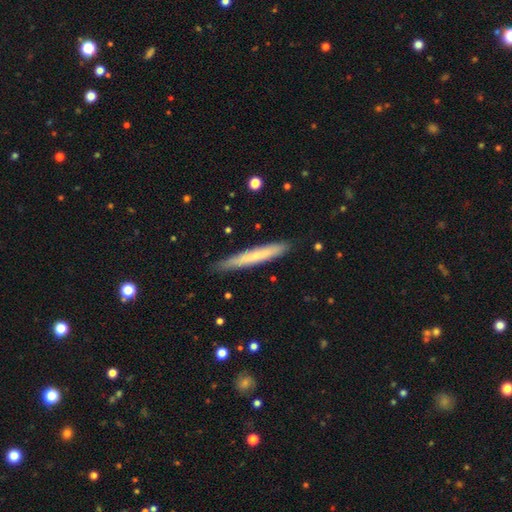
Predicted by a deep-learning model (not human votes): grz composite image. It shows a smooth galaxy with no disk features (62%) that is cigar-shaped (95%). Merging: none (87%).